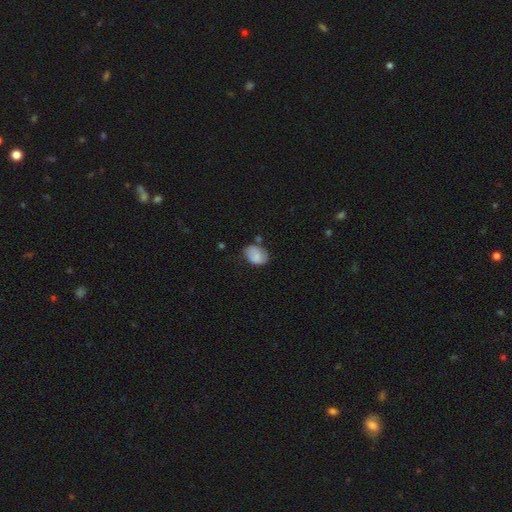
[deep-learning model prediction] Q: Smooth or featured?
A: smooth (78%); runner-up: featured or disk (14%)
Q: How rounded?
A: in between (74%); runner-up: round (25%)
Q: Merging?
A: none (57%); runner-up: minor disturbance (30%)